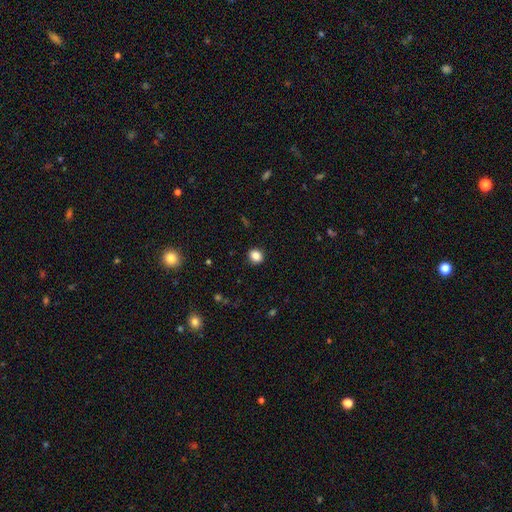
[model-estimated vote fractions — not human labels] Smooth or featured: smooth — 85% (star or artifact — 10%)
How rounded: round — 73% (in between — 26%)
Merging: none — 91% (minor disturbance — 6%)